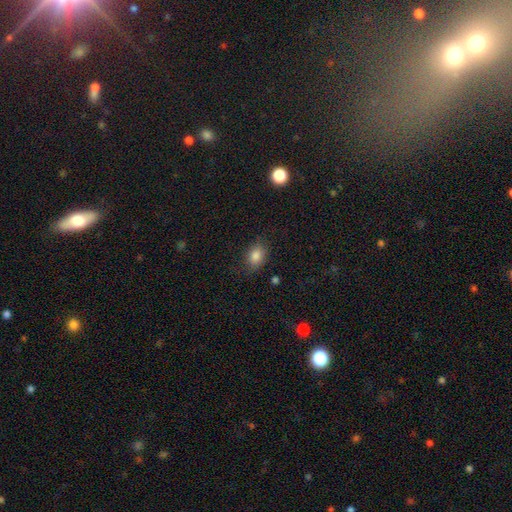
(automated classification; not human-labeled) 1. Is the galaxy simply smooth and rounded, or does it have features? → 83% smooth, 10% star or artifact, 7% featured or disk.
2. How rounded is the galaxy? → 75% in between, 24% round, 2% cigar-shaped.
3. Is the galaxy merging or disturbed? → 77% none, 17% minor disturbance, 5% major disturbance, 2% merger.